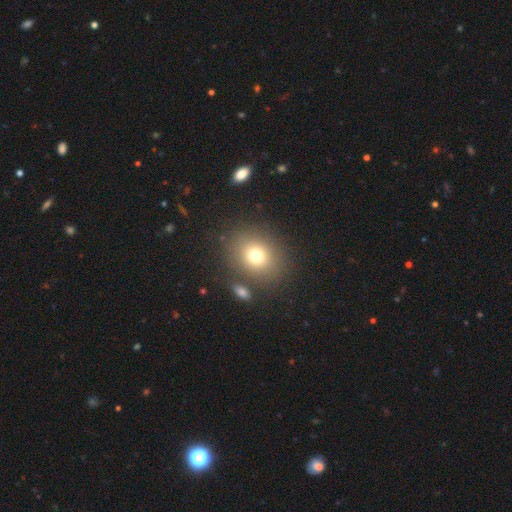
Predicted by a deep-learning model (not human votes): smooth_or_featured: smooth (p=0.74) [alt: star or artifact p=0.14]
how_rounded: round (p=0.65) [alt: in between p=0.34]
merging: none (p=0.80) [alt: minor disturbance p=0.09]